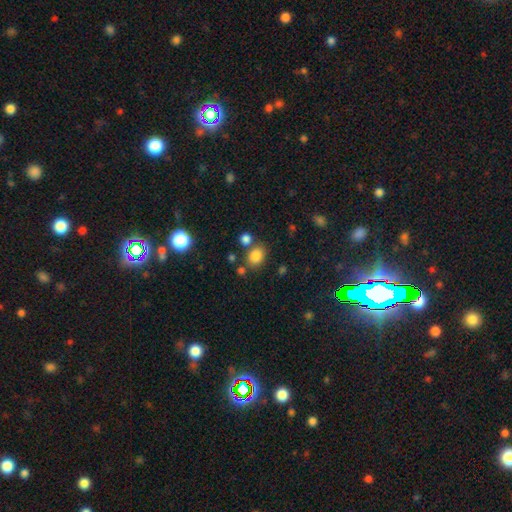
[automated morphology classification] This appears to be a smooth galaxy with no disk features (82%) that is round (52%). Merging: none (69%).